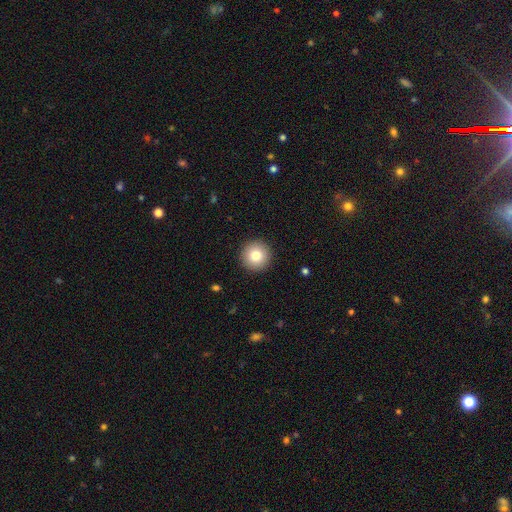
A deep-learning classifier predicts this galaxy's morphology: This is likely a smooth galaxy (80%). How rounded: clearly round (96%). Merging: clearly none (93%).